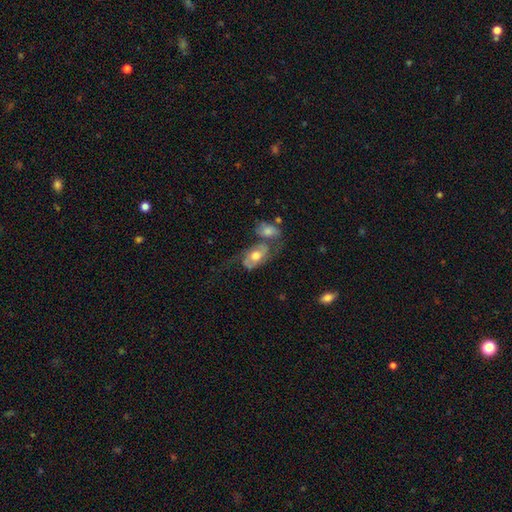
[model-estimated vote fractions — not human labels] Smooth or featured: featured or disk — 59% (smooth — 35%)
Edge-on disk: no — 93% (yes — 7%)
Bar: no — 70% (weak — 24%)
Spiral arms: yes — 75% (no — 25%)
Bulge size: moderate — 65% (large — 22%)
Merging: merger — 39% (none — 28%)